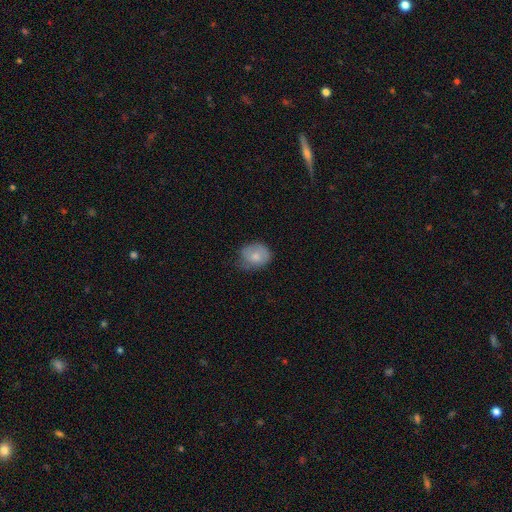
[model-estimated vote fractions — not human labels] This appears to be a smooth galaxy with no disk features (75%) that is round (54%). Merging: none (54%).